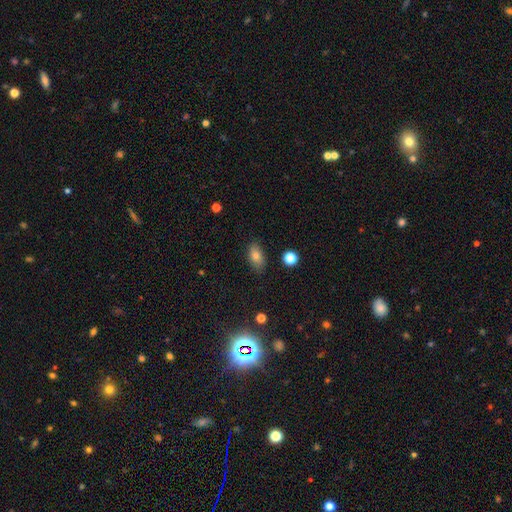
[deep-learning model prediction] A smooth galaxy with no disk features (76%) that is in between round and cigar-shaped (87%). Merging: none (83%).